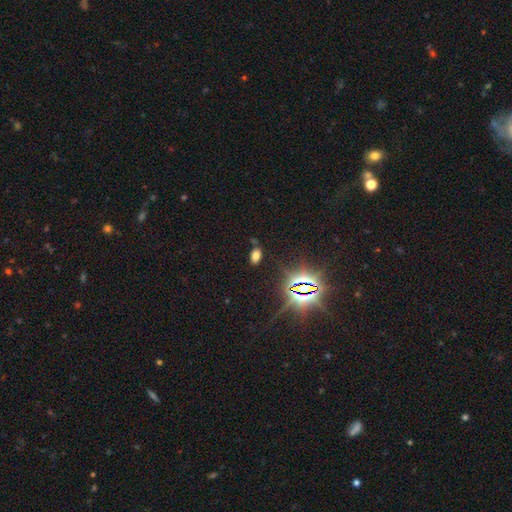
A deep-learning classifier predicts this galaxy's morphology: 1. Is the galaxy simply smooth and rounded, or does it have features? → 61% smooth, 30% star or artifact, 9% featured or disk.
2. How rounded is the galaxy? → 91% in between, 6% round, 3% cigar-shaped.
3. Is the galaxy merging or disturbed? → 79% none, 12% minor disturbance, 4% merger, 4% major disturbance.